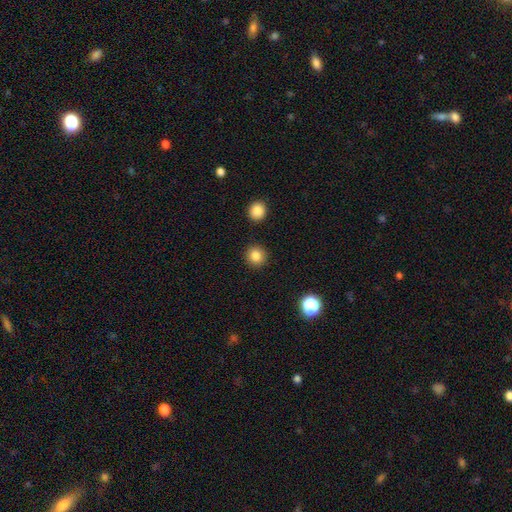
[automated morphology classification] smooth_or_featured: smooth (p=0.83) [alt: star or artifact p=0.11]
how_rounded: round (p=0.92) [alt: in between p=0.07]
merging: none (p=0.91) [alt: minor disturbance p=0.05]